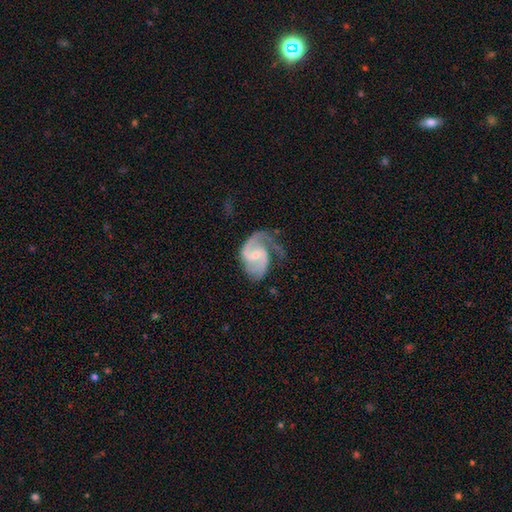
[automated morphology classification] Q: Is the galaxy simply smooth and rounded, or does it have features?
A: featured or disk — 89%.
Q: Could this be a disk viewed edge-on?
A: no — 98%.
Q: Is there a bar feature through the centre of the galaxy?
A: weak — 48%.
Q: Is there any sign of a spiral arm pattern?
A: yes — 97%.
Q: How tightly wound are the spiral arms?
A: medium — 52%.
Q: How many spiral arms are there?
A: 2 — 75%.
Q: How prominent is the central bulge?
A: small — 61%.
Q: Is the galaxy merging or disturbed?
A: none — 48%.